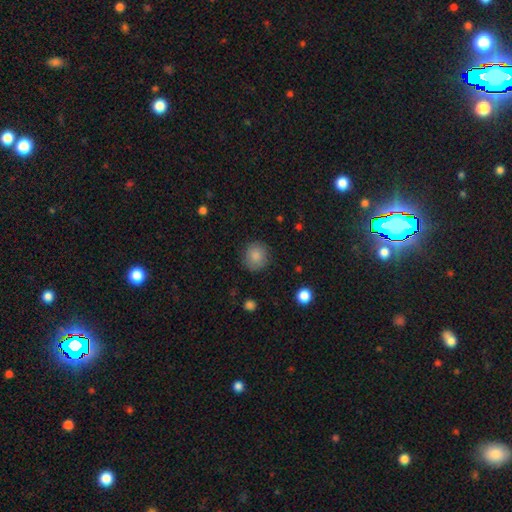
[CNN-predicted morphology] Smooth or featured?
  - smooth: 85% *
  - star or artifact: 9%
  - featured or disk: 6%
How rounded?
  - round: 88% *
  - in between: 11%
  - cigar-shaped: 1%
Merging?
  - none: 85% *
  - minor disturbance: 10%
  - major disturbance: 3%
  - merger: 1%